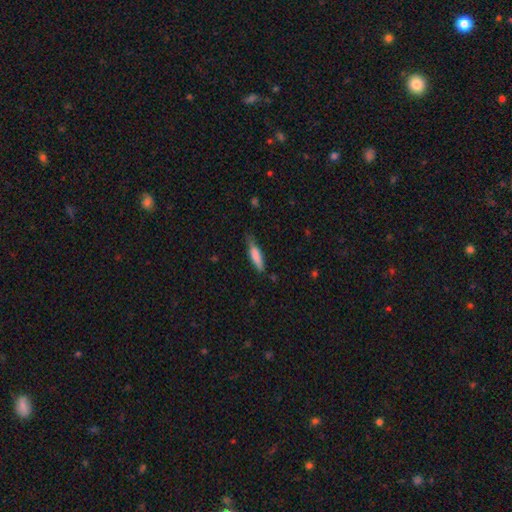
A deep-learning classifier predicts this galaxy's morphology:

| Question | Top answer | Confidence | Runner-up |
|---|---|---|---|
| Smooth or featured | smooth | 77% | featured or disk (17%) |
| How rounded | cigar-shaped | 71% | in between (28%) |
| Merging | none | 61% | minor disturbance (30%) |